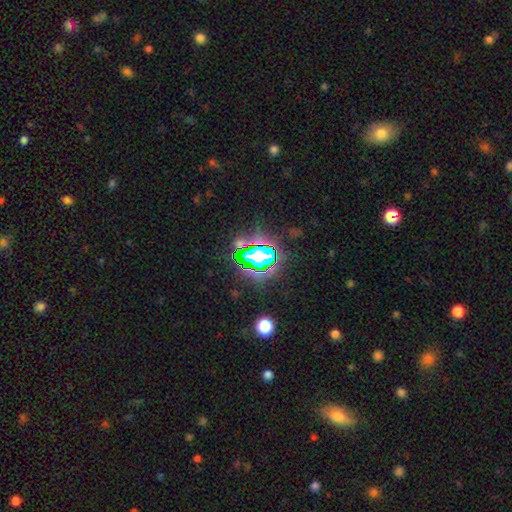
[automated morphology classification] type=star or artifact (76%).